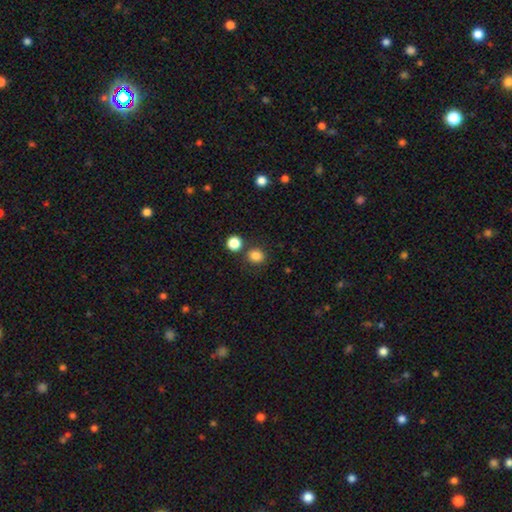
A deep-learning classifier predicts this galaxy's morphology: The model was most divided on "how rounded": round: 77%, in between: 22%, cigar-shaped: 1%. More confident: smooth or featured — smooth (84%); merging — none (78%).